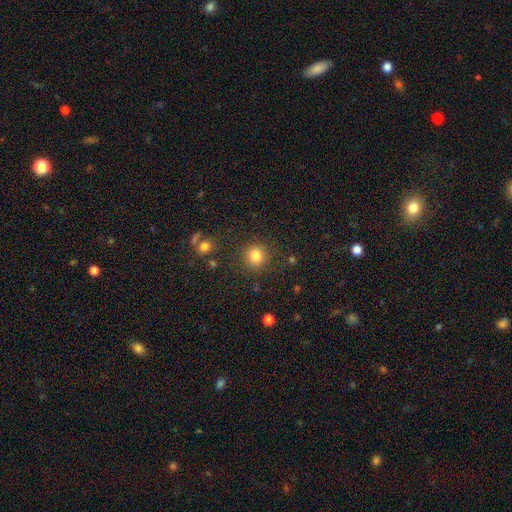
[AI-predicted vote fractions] This appears to be a smooth galaxy with no disk features (83%) that is round (91%). Merging: none (87%).